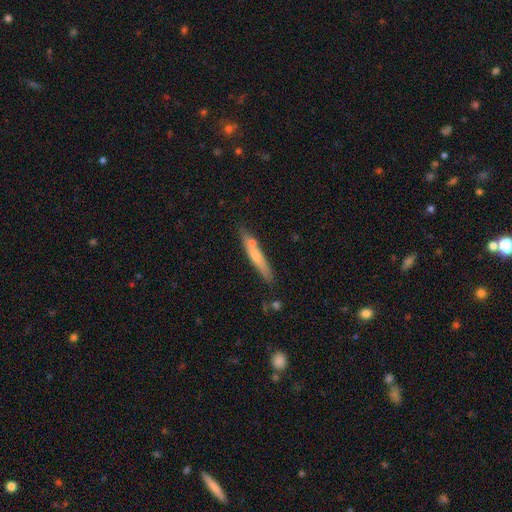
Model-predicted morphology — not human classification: The model was most divided on "smooth or featured": smooth: 61%, featured or disk: 33%, star or artifact: 6%. More confident: how rounded — cigar-shaped (92%); merging — none (75%).